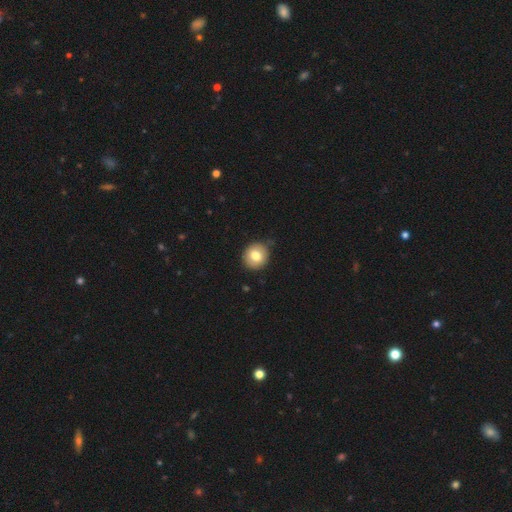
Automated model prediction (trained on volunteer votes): smooth 77%, featured or disk 14%, star or artifact 9%. Down the decision tree: how rounded — round (86%); merging — none (83%).